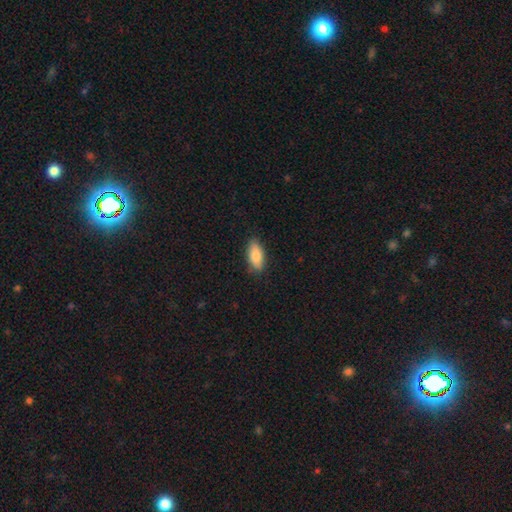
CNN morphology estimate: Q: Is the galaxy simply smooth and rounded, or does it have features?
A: smooth — 82%.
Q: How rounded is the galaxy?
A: in between — 83%.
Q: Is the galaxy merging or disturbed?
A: none — 85%.